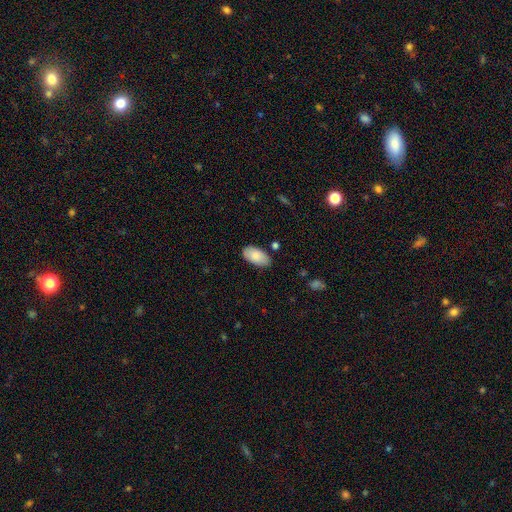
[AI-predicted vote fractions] Morphology: type=smooth (86%); roundness=in between (96%); merging=none (82%).